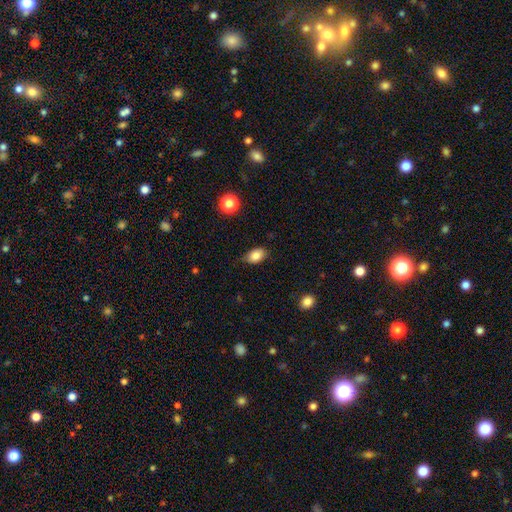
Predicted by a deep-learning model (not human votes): Smooth or featured? Predicted: smooth (p=0.85). How rounded? Predicted: in between (p=0.85). Merging? Predicted: none (p=0.76).